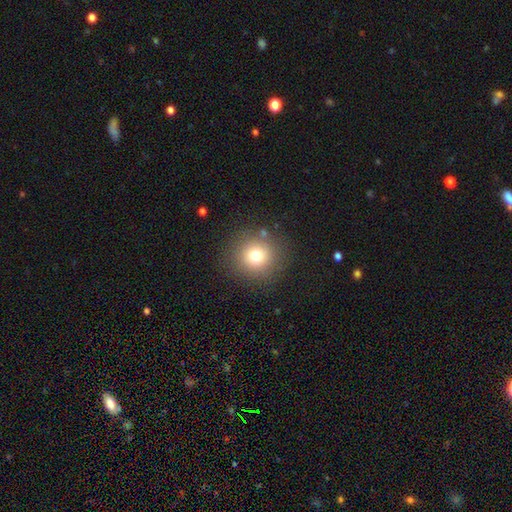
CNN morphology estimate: smooth-or-featured: smooth: 75% | star or artifact: 15% | featured or disk: 10%
  how-rounded: round: 93% | in between: 6% | cigar-shaped: 1%
  merging: none: 86% | minor disturbance: 8% | major disturbance: 4% | merger: 2%